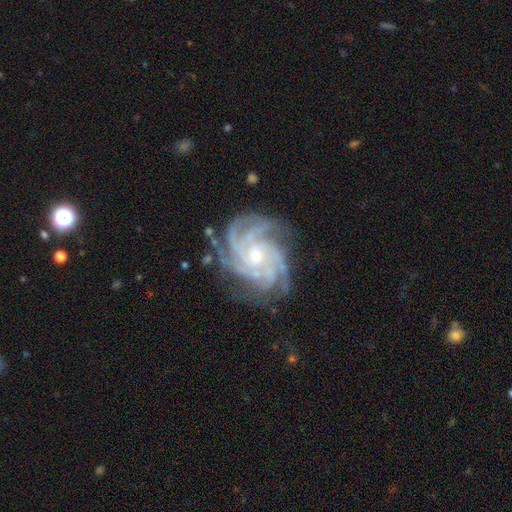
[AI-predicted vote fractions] The model was most divided on "spiral arm count": 4: 36%, more than 4: 25%, can't tell: 13%, 3: 12%, 2: 7%, 1: 7%. More confident: spiral arms — yes (99%); edge-on disk — no (98%); smooth or featured — featured or disk (91%); merging — none (78%); bar — no (69%); spiral winding — tight (69%); bulge size — small (62%).